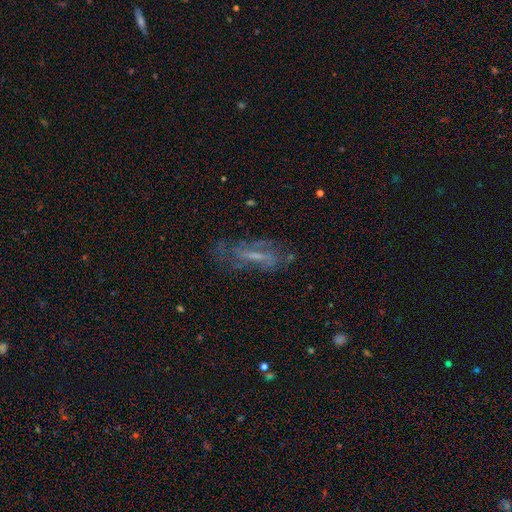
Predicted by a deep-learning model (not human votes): Smooth or featured? featured or disk (65%)
Edge-on disk? no (77%)
Merging? none (59%)